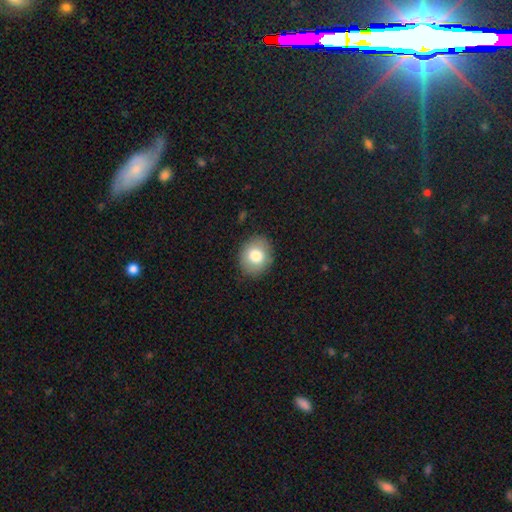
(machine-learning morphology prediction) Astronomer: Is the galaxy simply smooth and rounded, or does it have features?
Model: smooth — 79%.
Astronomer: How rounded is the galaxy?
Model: round — 64%.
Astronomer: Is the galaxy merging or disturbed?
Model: none — 87%.